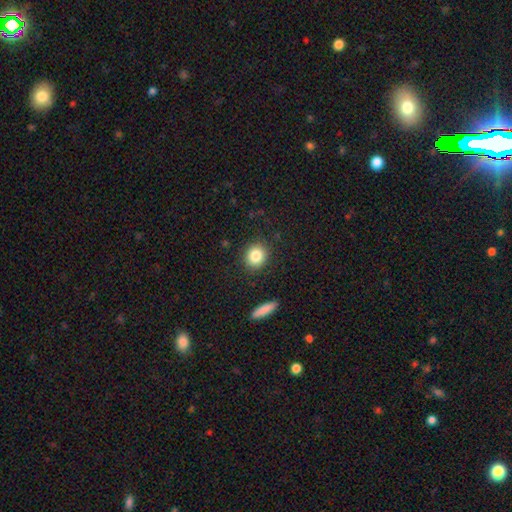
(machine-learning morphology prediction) Smooth or featured? smooth (83%)
How rounded? round (77%)
Merging? none (88%)